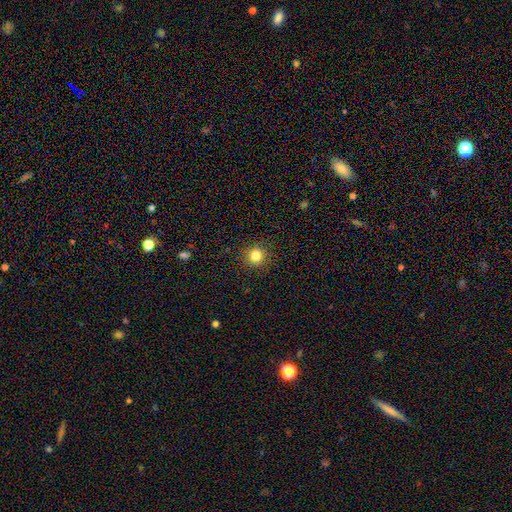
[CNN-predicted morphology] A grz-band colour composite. It shows a smooth galaxy with no disk features (83%) that is round (88%). Merging: none (90%).